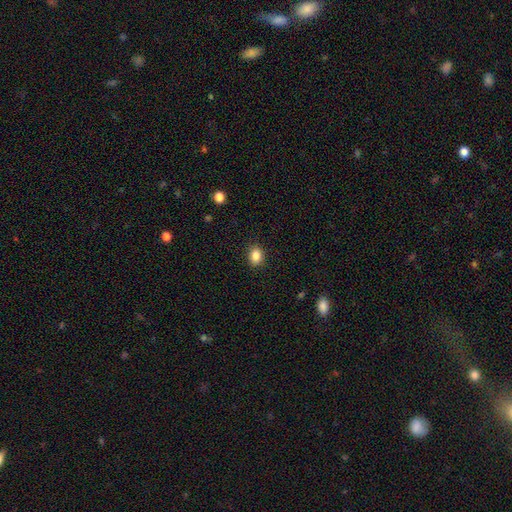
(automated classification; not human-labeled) This appears to be a smooth galaxy with no disk features (86%) that is in between round and cigar-shaped (60%). Merging: none (88%).